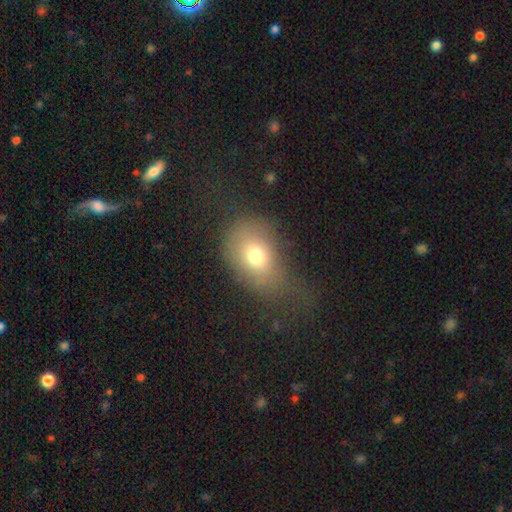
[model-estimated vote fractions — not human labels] This is likely a smooth galaxy (71%). How rounded: likely in between (65%). Merging: marginally none (35%).